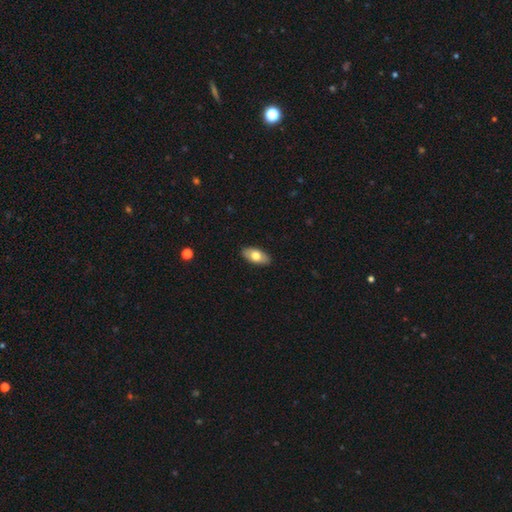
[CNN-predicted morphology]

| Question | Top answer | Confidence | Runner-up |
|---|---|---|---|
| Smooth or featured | smooth | 71% | featured or disk (23%) |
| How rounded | in between | 92% | cigar-shaped (5%) |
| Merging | none | 89% | minor disturbance (8%) |